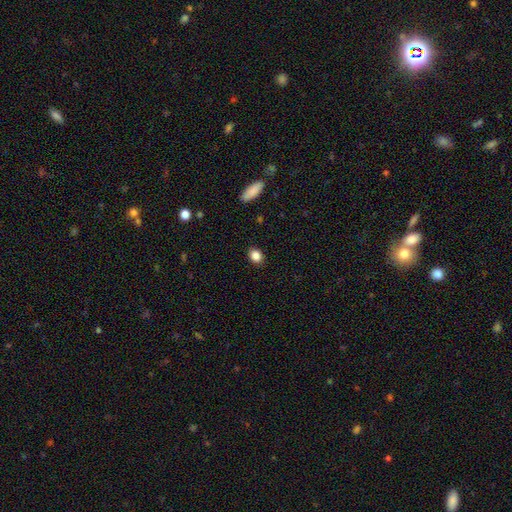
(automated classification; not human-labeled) Smooth or featured: smooth — 86% (star or artifact — 10%)
How rounded: in between — 55% (round — 44%)
Merging: none — 89% (minor disturbance — 8%)